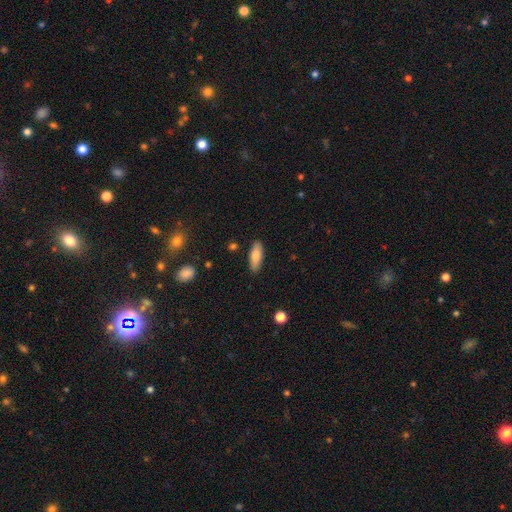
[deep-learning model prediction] A smooth galaxy with no disk features (80%) that is in between round and cigar-shaped (62%). Merging: none (87%).